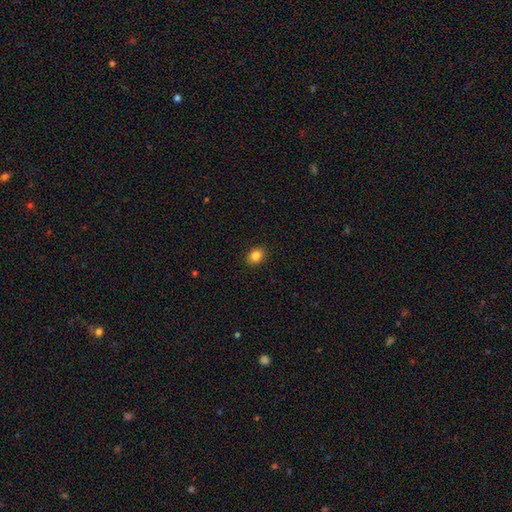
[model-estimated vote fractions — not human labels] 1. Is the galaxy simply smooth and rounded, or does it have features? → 85% smooth, 10% star or artifact, 5% featured or disk.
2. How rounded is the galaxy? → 56% round, 43% in between, 1% cigar-shaped.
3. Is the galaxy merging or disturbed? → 90% none, 7% minor disturbance, 2% major disturbance, 1% merger.